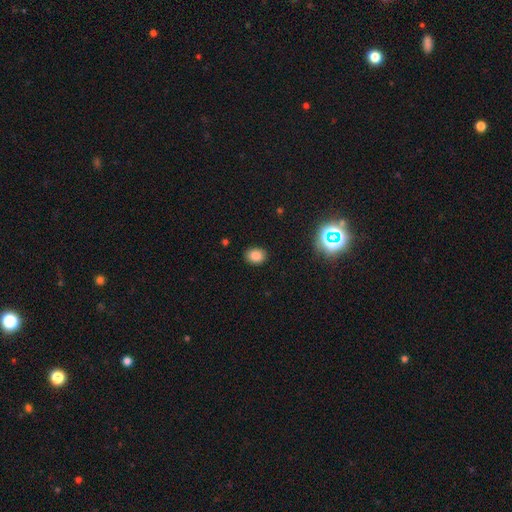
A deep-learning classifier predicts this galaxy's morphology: Smooth or featured? Predicted: smooth (p=0.83). How rounded? Predicted: in between (p=0.56). Merging? Predicted: none (p=0.88).